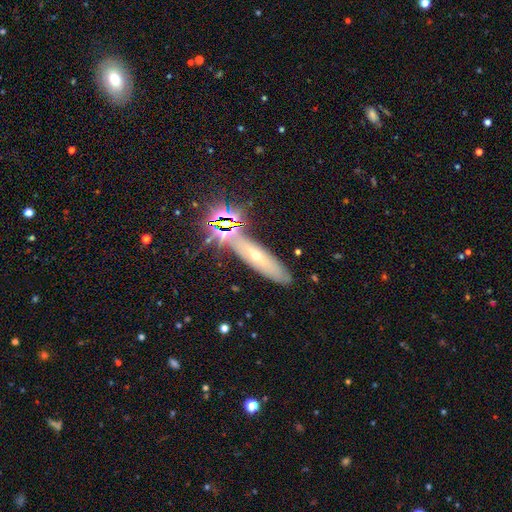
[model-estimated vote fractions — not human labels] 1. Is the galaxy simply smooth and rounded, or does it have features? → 45% featured or disk, 28% star or artifact, 27% smooth.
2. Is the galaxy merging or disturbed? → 77% none, 14% minor disturbance, 5% merger, 4% major disturbance.